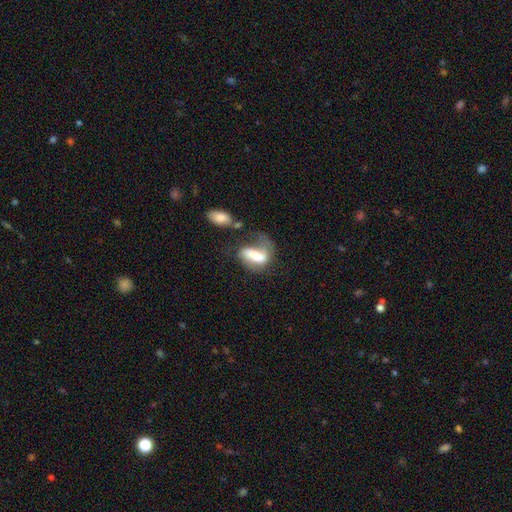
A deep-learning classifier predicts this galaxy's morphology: Overall: smooth (48%; featured or disk 44%). Merging: major disturbance (38%; none 25%).